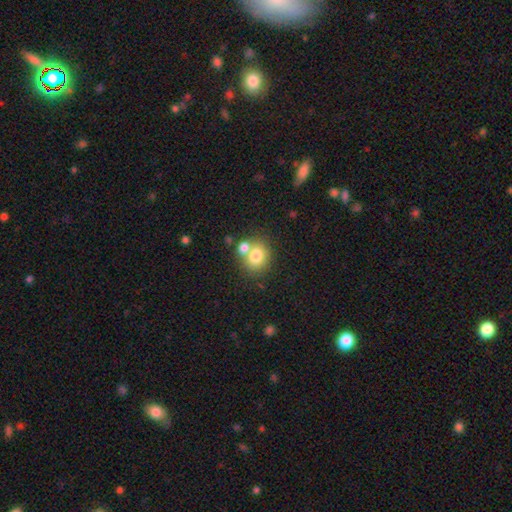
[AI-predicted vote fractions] This is likely a smooth galaxy (76%). How rounded: likely round (67%). Merging: possibly none (51%).